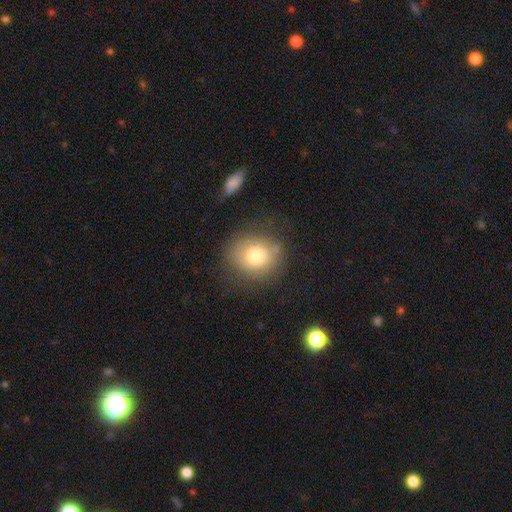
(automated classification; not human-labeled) A smooth galaxy with no disk features (75%) that is round (81%).

Vote fractions:
- Smooth or featured? smooth: 75% / featured or disk: 15% / star or artifact: 10%
- How rounded? round: 81% / in between: 18% / cigar-shaped: 1%
- Merging? none: 73% / minor disturbance: 16% / major disturbance: 7% / merger: 3%